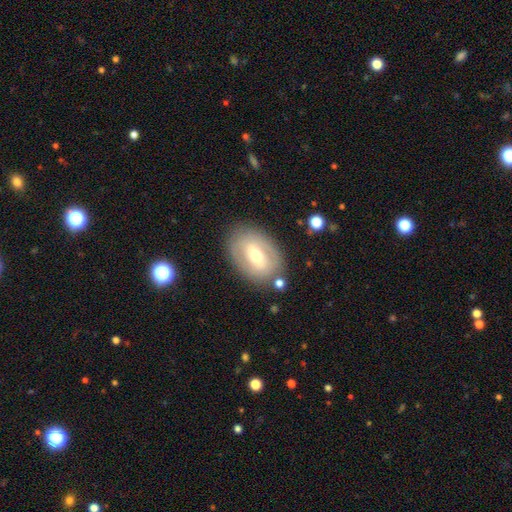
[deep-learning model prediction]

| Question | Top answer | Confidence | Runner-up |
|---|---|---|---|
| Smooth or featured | featured or disk | 55% | smooth (37%) |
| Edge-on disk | no | 90% | yes (10%) |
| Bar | weak | 46% | strong (34%) |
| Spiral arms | no | 63% | yes (37%) |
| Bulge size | moderate | 68% | small (25%) |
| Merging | none | 79% | minor disturbance (13%) |